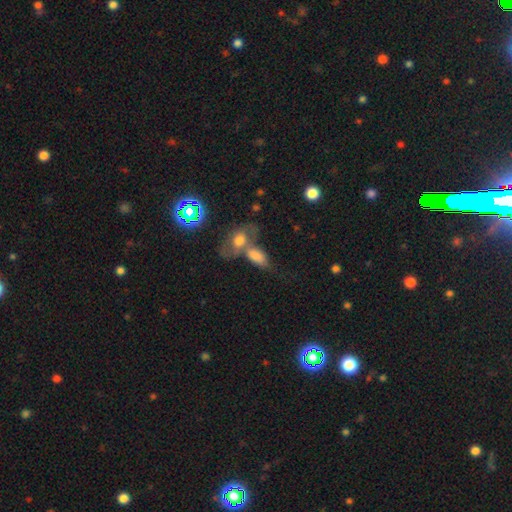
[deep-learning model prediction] A smooth galaxy with no disk features (70%) that is in between round and cigar-shaped (88%).

Vote fractions:
- Smooth or featured? smooth: 70% / featured or disk: 18% / star or artifact: 13%
- How rounded? in between: 88% / round: 7% / cigar-shaped: 5%
- Merging? merger: 58% / none: 23% / minor disturbance: 11% / major disturbance: 8%